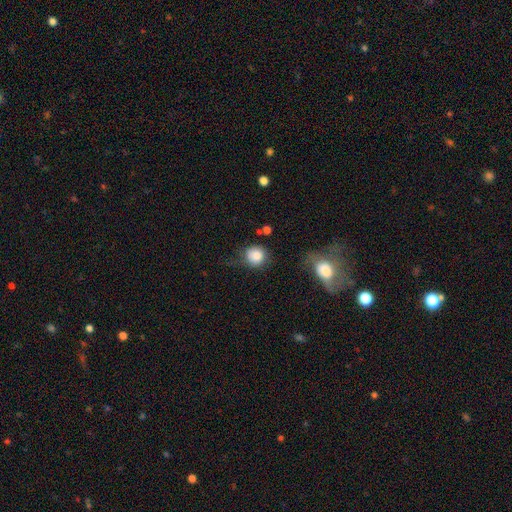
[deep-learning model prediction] The model was most divided on "merging": none: 64%, minor disturbance: 20%, major disturbance: 10%, merger: 5%. More confident: how rounded — round (88%); smooth or featured — smooth (84%).